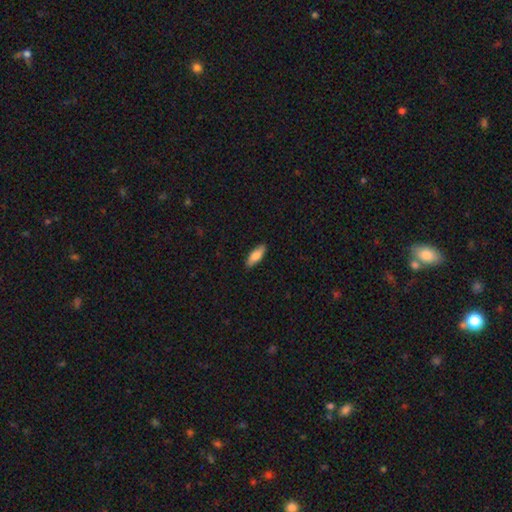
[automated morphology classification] Smooth or featured?
  - smooth: 82% *
  - featured or disk: 12%
  - star or artifact: 6%
How rounded?
  - in between: 65% *
  - cigar-shaped: 33%
  - round: 2%
Merging?
  - none: 88% *
  - minor disturbance: 10%
  - major disturbance: 2%
  - merger: 1%